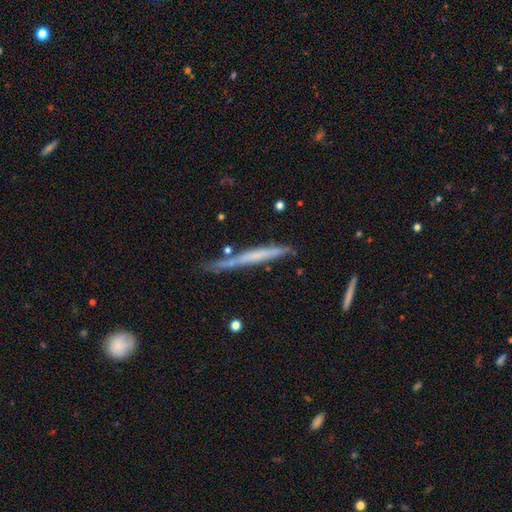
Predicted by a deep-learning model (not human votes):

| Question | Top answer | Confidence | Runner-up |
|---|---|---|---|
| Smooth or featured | featured or disk | 49% | smooth (44%) |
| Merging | none | 71% | minor disturbance (19%) |